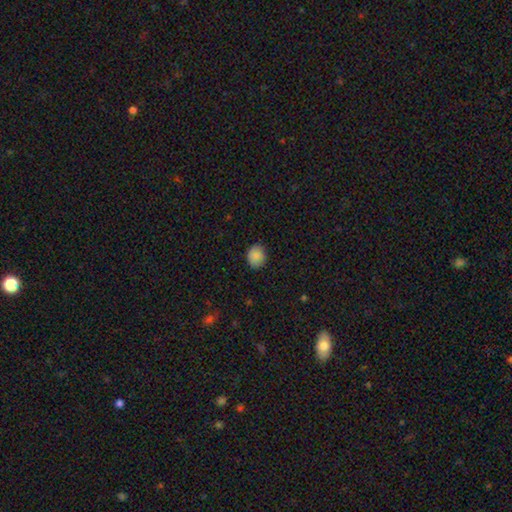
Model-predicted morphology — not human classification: Smooth or featured? smooth (88%)
How rounded? round (64%)
Merging? none (85%)